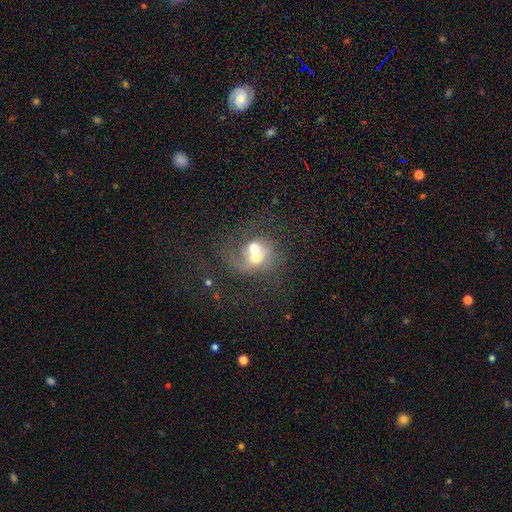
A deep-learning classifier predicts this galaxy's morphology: Q: Smooth or featured?
A: featured or disk (49%); runner-up: smooth (39%)
Q: Merging?
A: merger (68%); runner-up: none (15%)